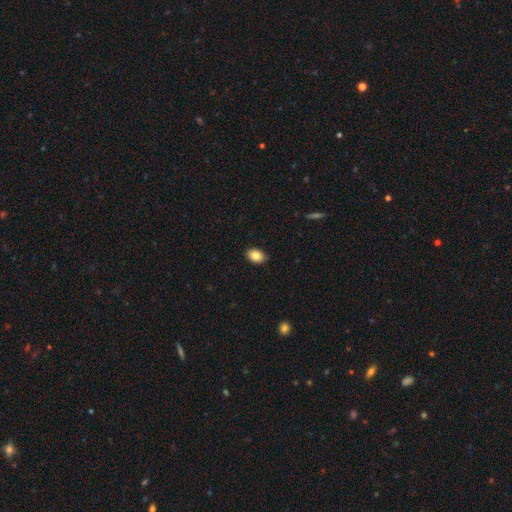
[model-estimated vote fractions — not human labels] Overall: smooth (84%). How rounded: in between (81%). Merging: none (89%).